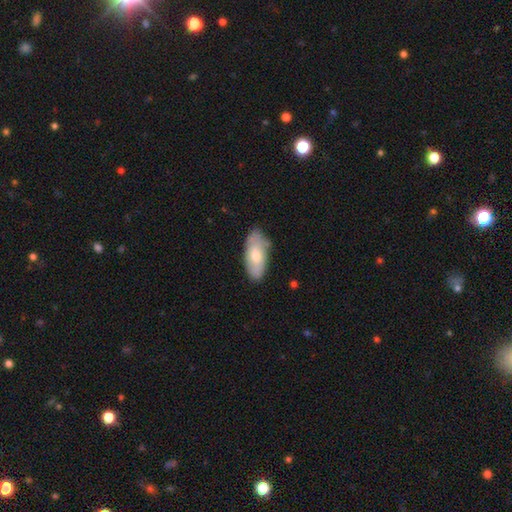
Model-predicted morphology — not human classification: Q: Smooth or featured?
A: smooth (62%); runner-up: featured or disk (32%)
Q: How rounded?
A: in between (88%); runner-up: cigar-shaped (10%)
Q: Merging?
A: none (75%); runner-up: minor disturbance (20%)